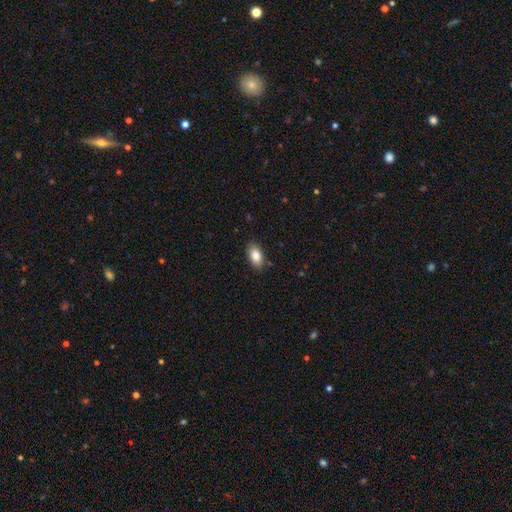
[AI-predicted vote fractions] Smooth or featured? smooth (85%)
How rounded? in between (92%)
Merging? none (85%)